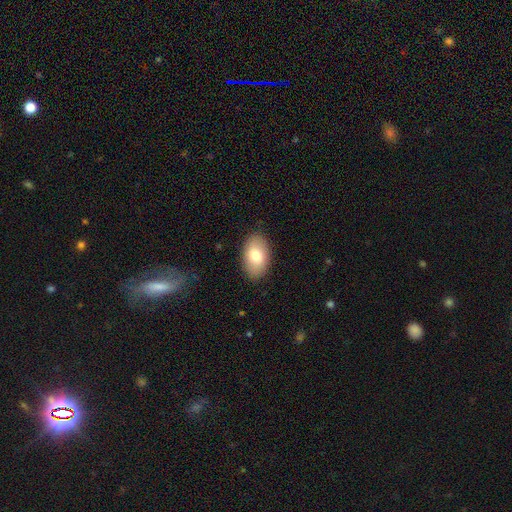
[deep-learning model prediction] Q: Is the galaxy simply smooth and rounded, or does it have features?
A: smooth — 78%.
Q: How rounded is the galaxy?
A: in between — 92%.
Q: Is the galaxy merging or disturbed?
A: none — 87%.